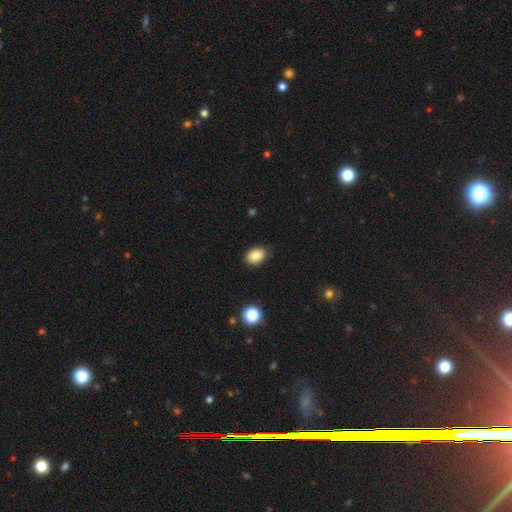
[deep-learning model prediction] This is clearly a smooth galaxy (86%). How rounded: likely in between (74%). Merging: clearly none (84%).